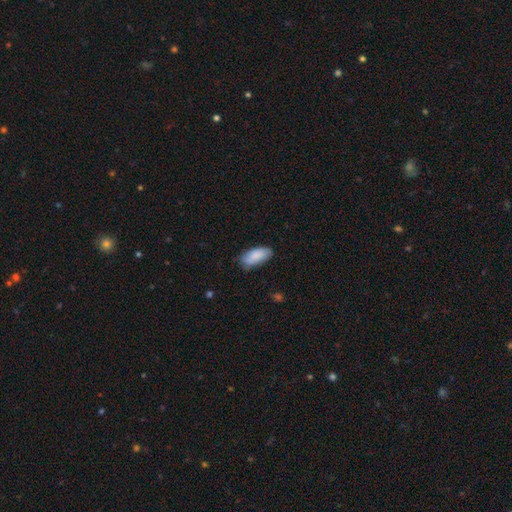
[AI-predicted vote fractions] This appears to be a smooth galaxy with no disk features (85%) that is in between round and cigar-shaped (88%). Merging: none (72%).